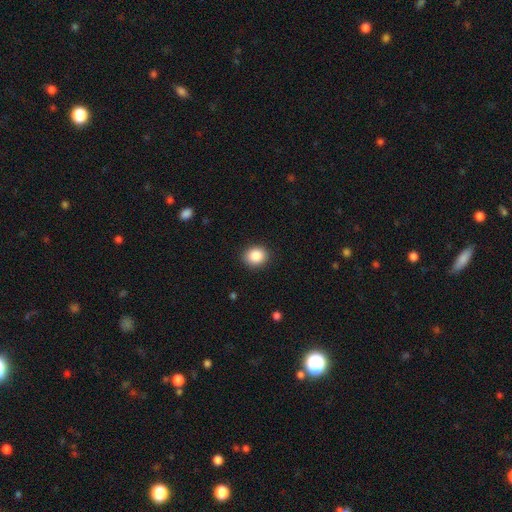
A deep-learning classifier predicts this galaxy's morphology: A smooth galaxy with no disk features (87%) that is round (64%). Merging: none (90%).